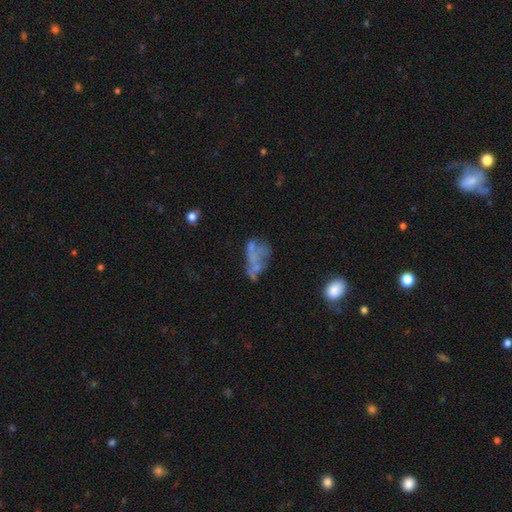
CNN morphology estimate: Smooth or featured: featured or disk — 50% (smooth — 34%)
Edge-on disk: no — 97% (yes — 3%)
Merging: major disturbance — 33% (none — 29%)